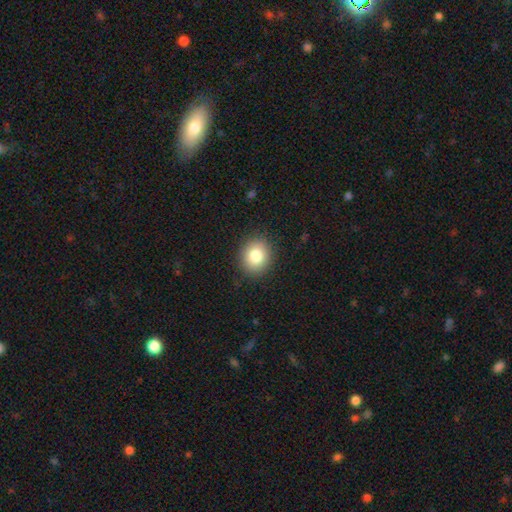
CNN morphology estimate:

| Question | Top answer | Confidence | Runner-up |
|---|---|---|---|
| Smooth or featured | smooth | 83% | star or artifact (9%) |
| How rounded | round | 71% | in between (29%) |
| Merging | none | 89% | minor disturbance (8%) |